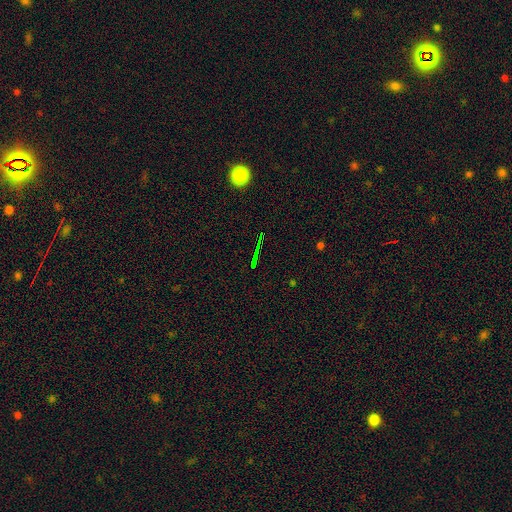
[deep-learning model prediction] smooth-or-featured: star or artifact: 71% | featured or disk: 15% | smooth: 14%